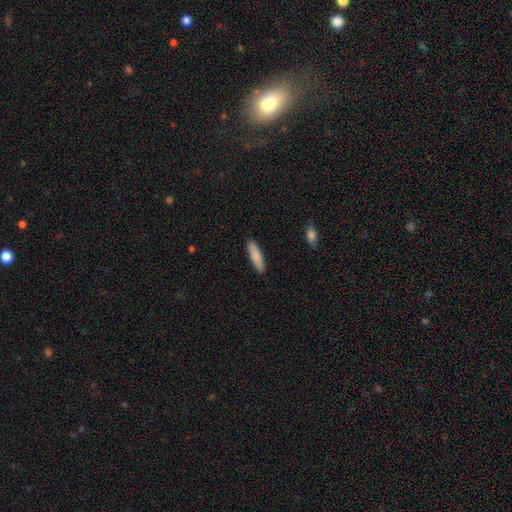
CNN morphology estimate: Smooth or featured: smooth — 86% (featured or disk — 9%)
How rounded: cigar-shaped — 68% (in between — 31%)
Merging: none — 91% (minor disturbance — 6%)